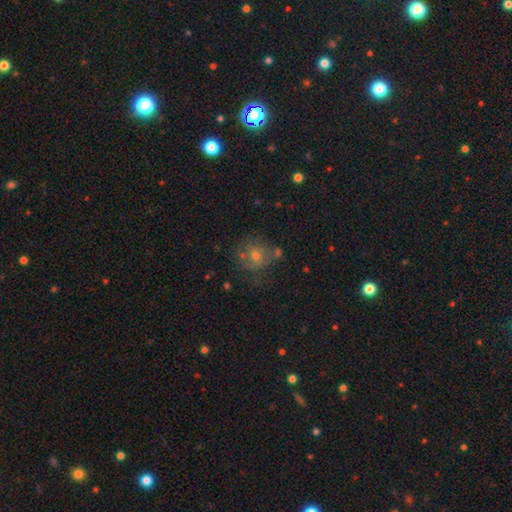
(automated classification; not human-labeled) A smooth galaxy with no disk features (52%) that is round (78%). Merging: none (63%).